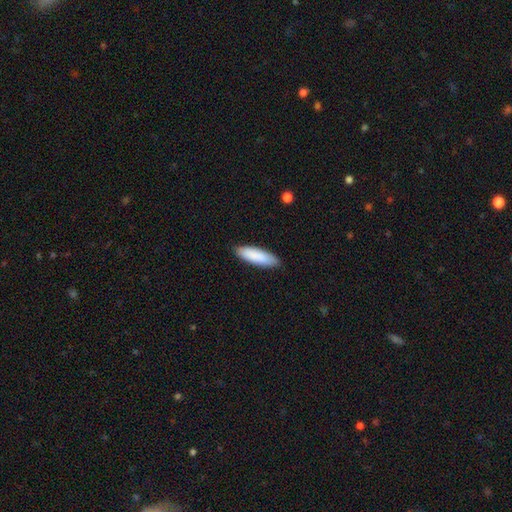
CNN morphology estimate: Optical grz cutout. It shows a smooth galaxy with no disk features (87%) that is in between round and cigar-shaped (50%). Merging: none (87%).